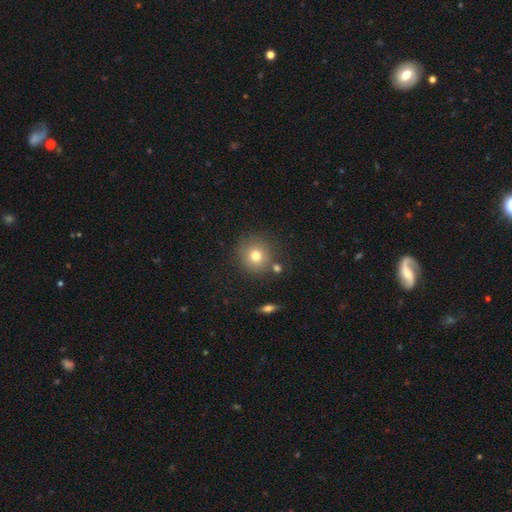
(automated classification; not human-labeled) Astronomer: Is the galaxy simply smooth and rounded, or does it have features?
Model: smooth — 75%.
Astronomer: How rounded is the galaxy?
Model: round — 92%.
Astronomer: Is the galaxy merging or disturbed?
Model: none — 80%.